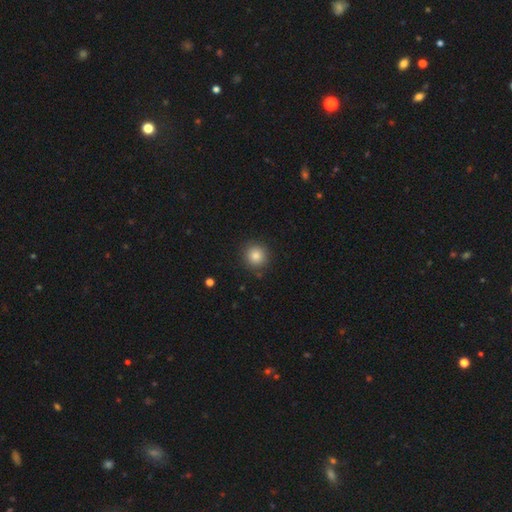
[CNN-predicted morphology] A smooth galaxy with no disk features (85%) that is round (92%). Merging: none (89%).